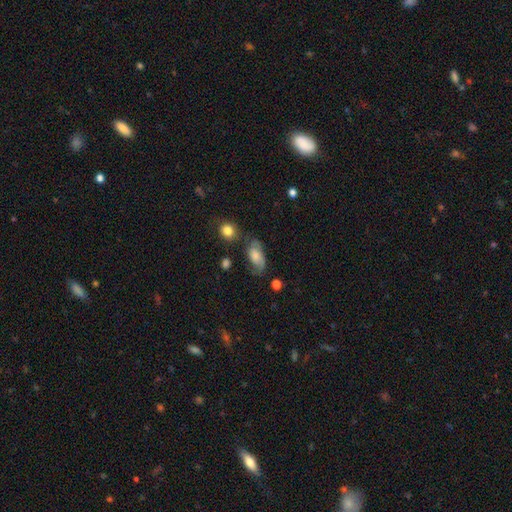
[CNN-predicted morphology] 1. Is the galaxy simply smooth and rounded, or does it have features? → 46% featured or disk, 45% smooth, 9% star or artifact.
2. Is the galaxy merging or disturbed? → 52% none, 28% minor disturbance, 16% major disturbance, 5% merger.